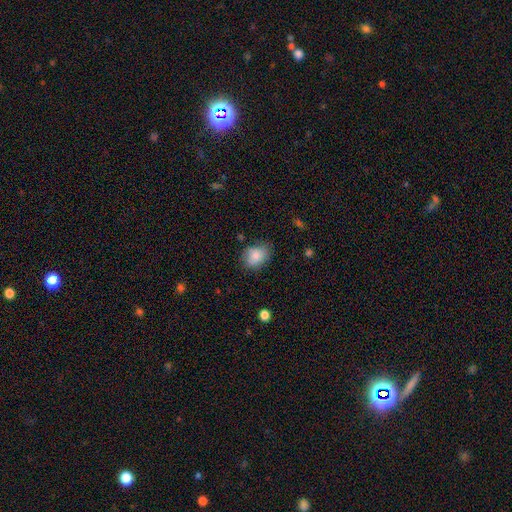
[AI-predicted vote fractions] Overall: smooth (83%). How rounded: in between (60%; round 39%). Merging: none (73%).